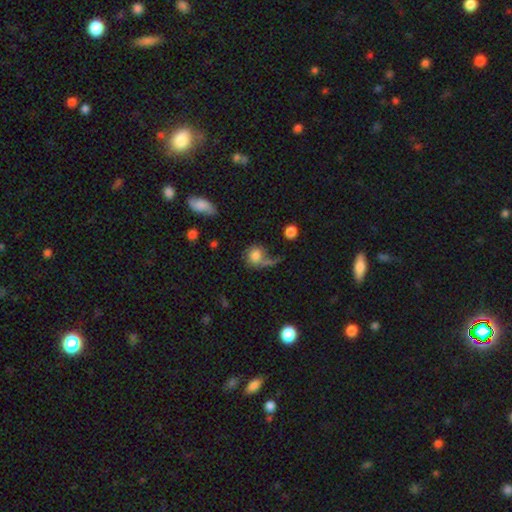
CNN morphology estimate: smooth_or_featured: smooth (p=0.72) [alt: featured or disk p=0.18]
how_rounded: round (p=0.70) [alt: in between p=0.28]
merging: none (p=0.34) [alt: major disturbance p=0.32]